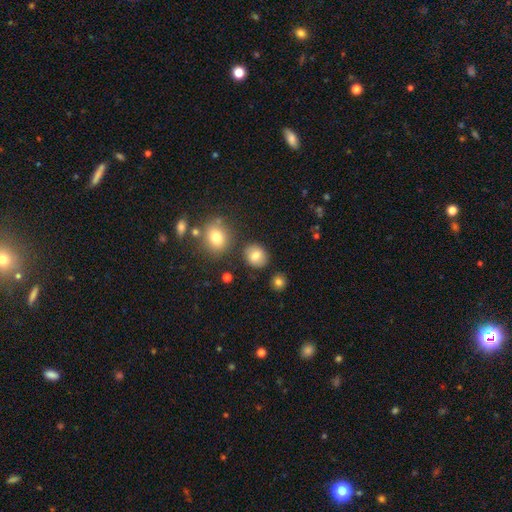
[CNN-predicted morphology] A smooth galaxy with no disk features (80%) that is round (77%). Merging: none (85%).